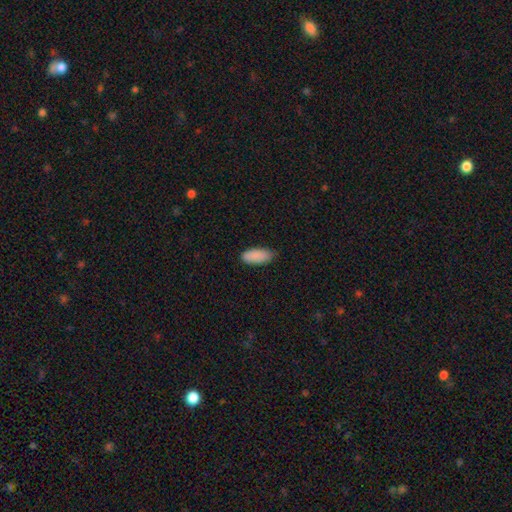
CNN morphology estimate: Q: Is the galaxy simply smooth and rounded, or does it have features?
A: smooth — 89%.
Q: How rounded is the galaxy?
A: in between — 87%.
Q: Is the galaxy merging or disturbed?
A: none — 73%.